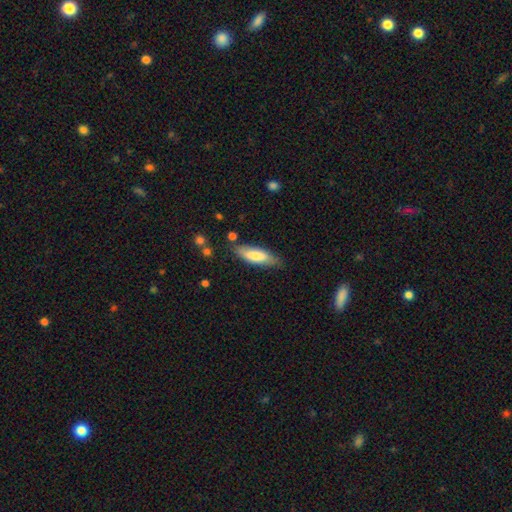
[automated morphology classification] Overall: smooth (77%). How rounded: in between (54%; cigar-shaped 44%). Merging: none (78%).